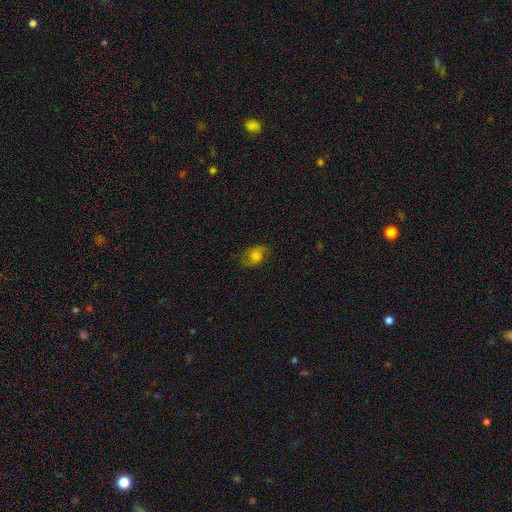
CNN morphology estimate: The model was most divided on "smooth or featured": smooth: 63%, featured or disk: 25%, star or artifact: 12%. More confident: how rounded — in between (73%); merging — none (70%).